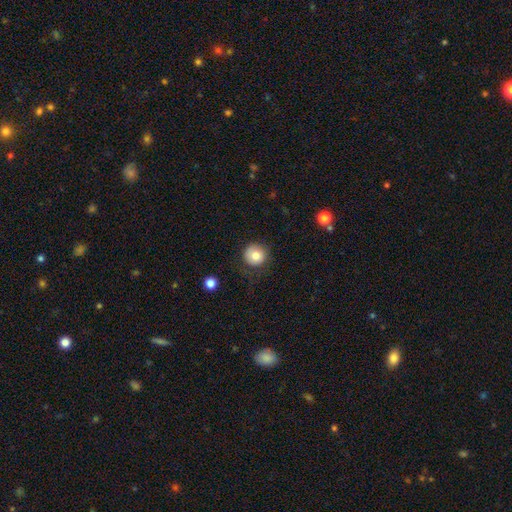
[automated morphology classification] Smooth or featured?
  - smooth: 80% *
  - featured or disk: 11%
  - star or artifact: 9%
How rounded?
  - round: 93% *
  - in between: 6%
  - cigar-shaped: 1%
Merging?
  - none: 75% *
  - minor disturbance: 16%
  - major disturbance: 7%
  - merger: 1%